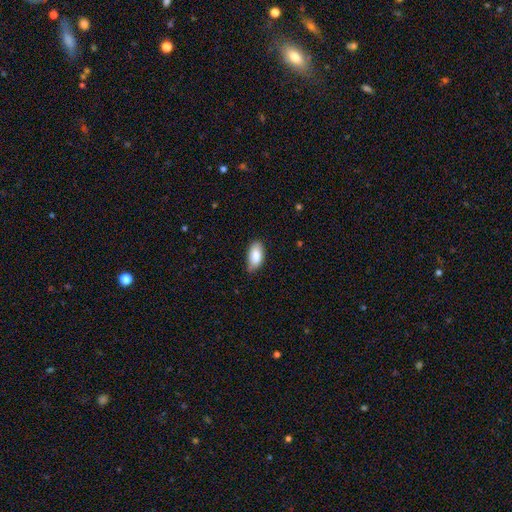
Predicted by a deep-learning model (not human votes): Q: Smooth or featured?
A: smooth (86%); runner-up: featured or disk (8%)
Q: How rounded?
A: in between (93%); runner-up: cigar-shaped (4%)
Q: Merging?
A: none (71%); runner-up: minor disturbance (25%)